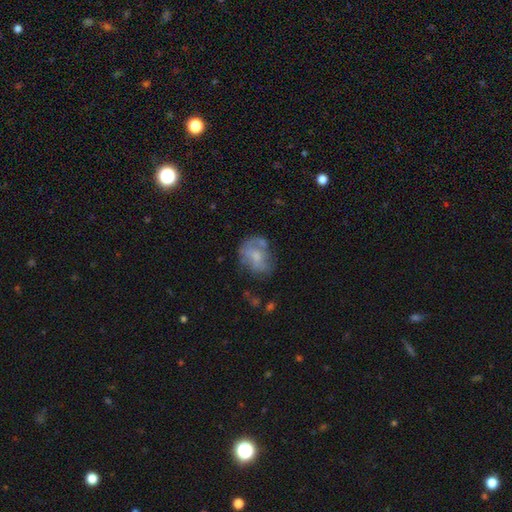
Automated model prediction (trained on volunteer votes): smooth_or_featured: featured or disk (p=0.50) [alt: smooth p=0.41]
merging: none (p=0.48) [alt: minor disturbance p=0.25]